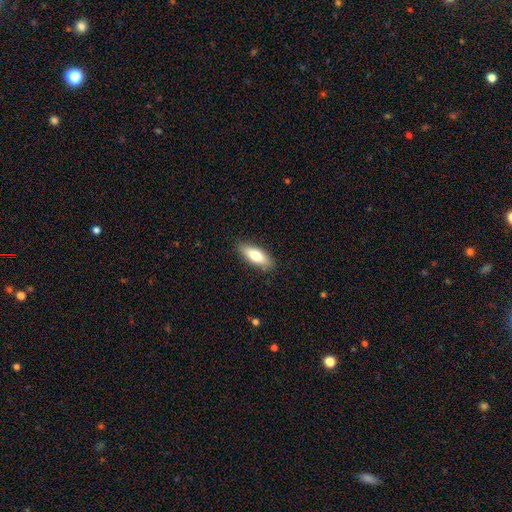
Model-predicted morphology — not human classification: smooth_or_featured: smooth (p=0.73) [alt: featured or disk p=0.20]
how_rounded: in between (p=0.68) [alt: cigar-shaped p=0.30]
merging: none (p=0.87) [alt: minor disturbance p=0.10]